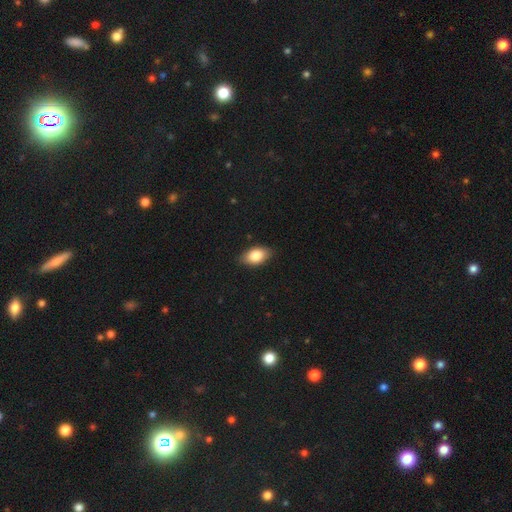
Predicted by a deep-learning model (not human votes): A smooth galaxy with no disk features (83%) that is in between round and cigar-shaped (91%).

Vote fractions:
- Smooth or featured? smooth: 83% / featured or disk: 10% / star or artifact: 7%
- How rounded? in between: 91% / round: 6% / cigar-shaped: 2%
- Merging? none: 86% / minor disturbance: 11% / major disturbance: 2% / merger: 1%